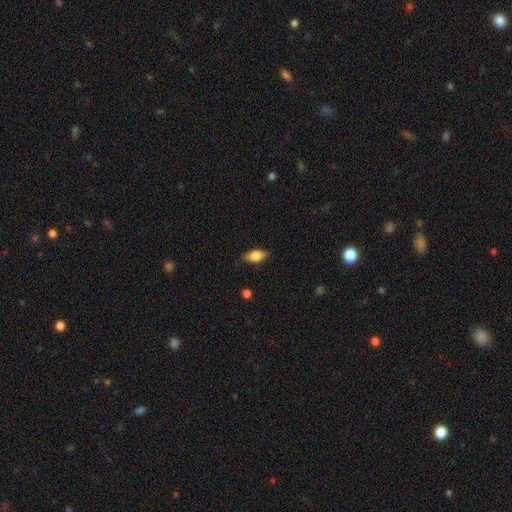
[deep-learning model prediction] Smooth or featured?
  - smooth: 78% *
  - featured or disk: 15%
  - star or artifact: 7%
How rounded?
  - in between: 87% *
  - cigar-shaped: 9%
  - round: 4%
Merging?
  - none: 85% *
  - minor disturbance: 11%
  - major disturbance: 2%
  - merger: 1%